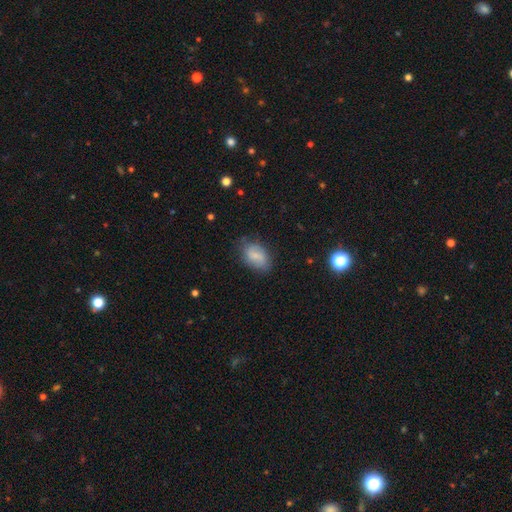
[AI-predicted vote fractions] Smooth or featured: smooth — 70% (featured or disk — 22%)
How rounded: in between — 88% (round — 10%)
Merging: none — 70% (minor disturbance — 23%)